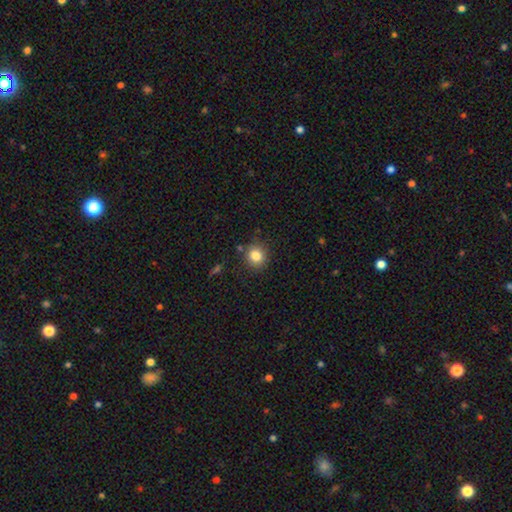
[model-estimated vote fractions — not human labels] Smooth or featured: smooth — 82% (star or artifact — 11%)
How rounded: round — 86% (in between — 13%)
Merging: none — 85% (minor disturbance — 9%)